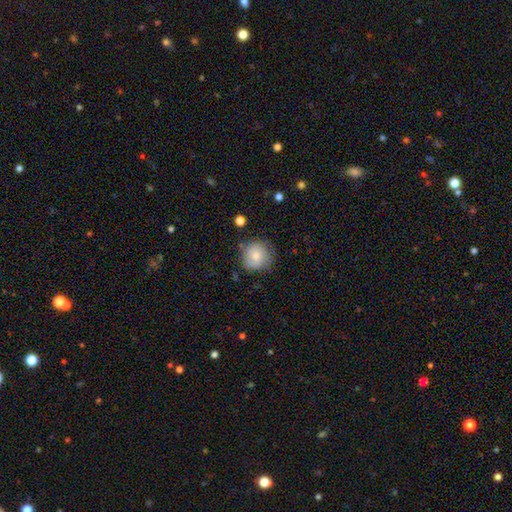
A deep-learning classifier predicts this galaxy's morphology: smooth-or-featured: smooth: 73% | featured or disk: 19% | star or artifact: 8%
  how-rounded: round: 90% | in between: 9% | cigar-shaped: 1%
  merging: none: 72% | minor disturbance: 20% | major disturbance: 5% | merger: 2%